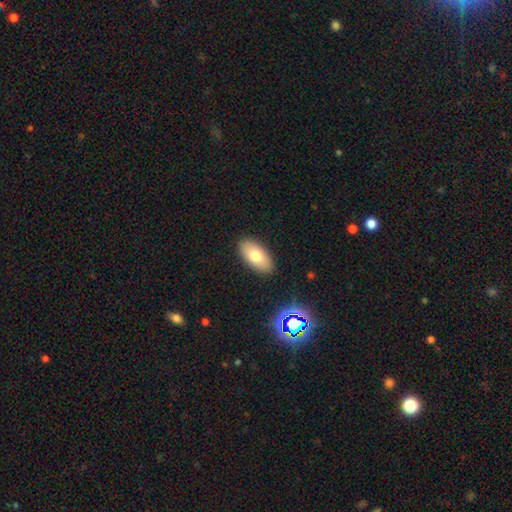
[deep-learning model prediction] smooth 73%, featured or disk 19%, star or artifact 8%. Down the decision tree: how rounded — in between (93%); merging — none (88%).